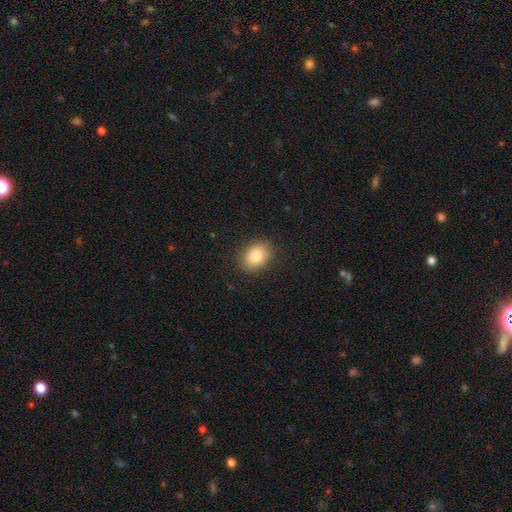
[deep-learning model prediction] This is clearly a smooth galaxy (85%). How rounded: likely in between (70%). Merging: clearly none (88%).